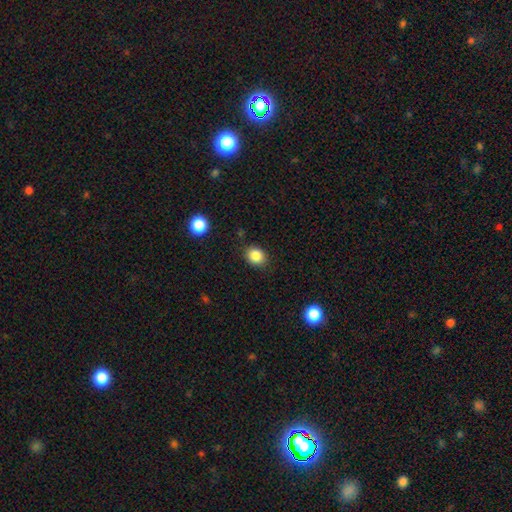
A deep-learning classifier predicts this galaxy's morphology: type=smooth (86%); roundness=round (58%); merging=none (85%).